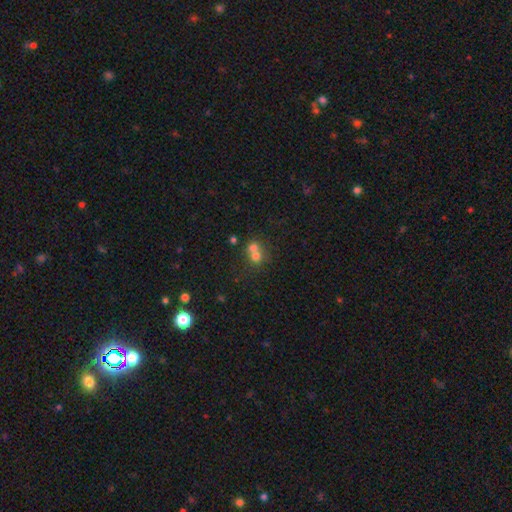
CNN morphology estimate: This appears to be a smooth galaxy with no disk features (68%) that is round (79%). Merging: merger (62%).